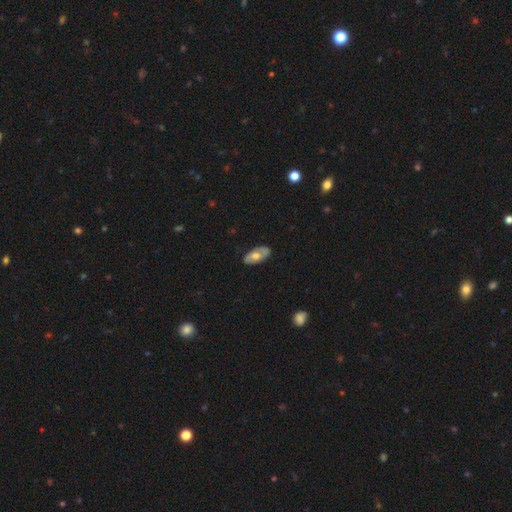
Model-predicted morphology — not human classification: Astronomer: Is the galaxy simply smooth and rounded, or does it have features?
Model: smooth — 48% (runner-up: featured or disk, 47%).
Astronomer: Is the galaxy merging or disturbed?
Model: none — 81%.